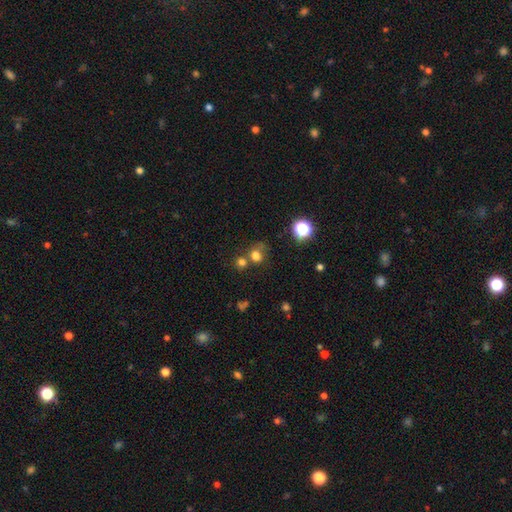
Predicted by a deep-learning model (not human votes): smooth 72%, star or artifact 20%, featured or disk 9%. Down the decision tree: how rounded — round (77%); merging — none (49%).